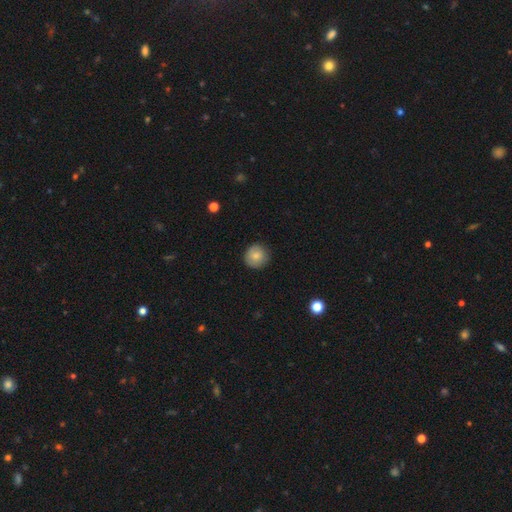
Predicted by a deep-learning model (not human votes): This appears to be a smooth galaxy with no disk features (80%) that is round (93%). Merging: none (87%).